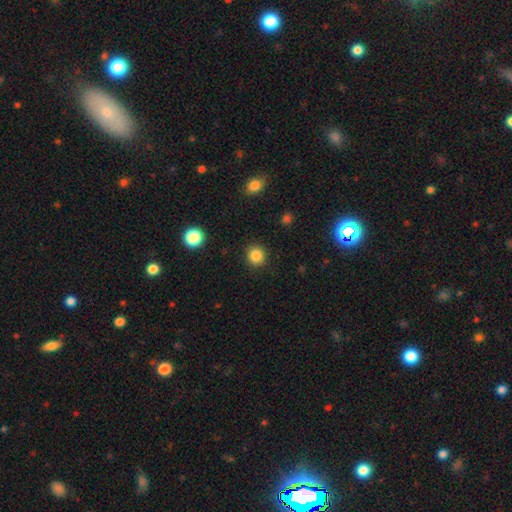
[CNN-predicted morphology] Overall: smooth (85%). How rounded: round (91%). Merging: none (90%).